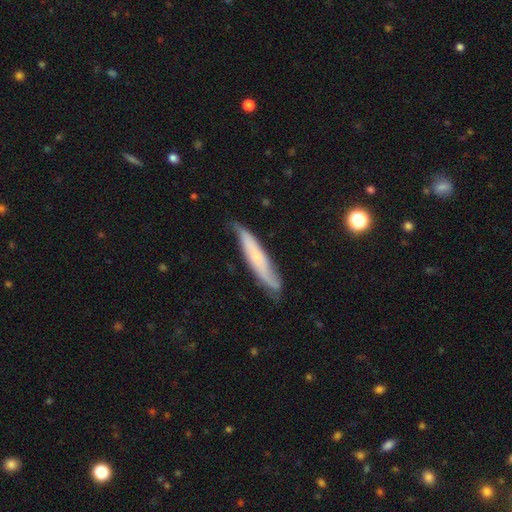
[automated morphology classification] Q: Smooth or featured?
A: featured or disk (58%); runner-up: smooth (35%)
Q: Edge-on disk?
A: yes (53%); runner-up: no (47%)
Q: Merging?
A: none (70%); runner-up: minor disturbance (23%)